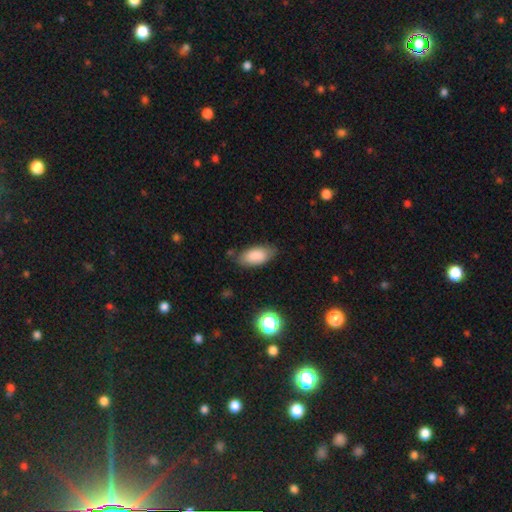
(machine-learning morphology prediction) This is clearly a smooth galaxy (86%). How rounded: clearly in between (91%). Merging: likely none (77%).